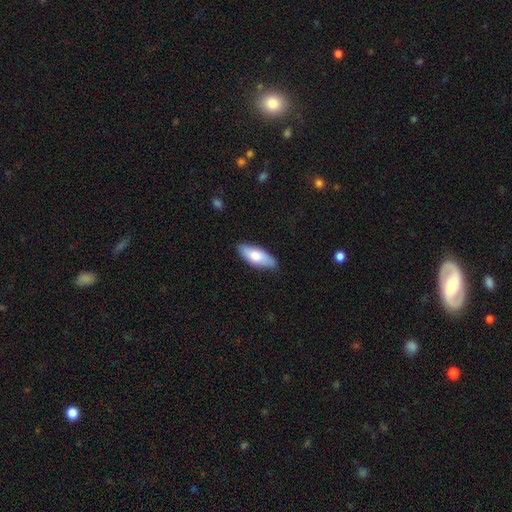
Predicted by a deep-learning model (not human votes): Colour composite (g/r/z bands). It shows a smooth galaxy with no disk features (73%) that is in between round and cigar-shaped (76%). Merging: none (84%).